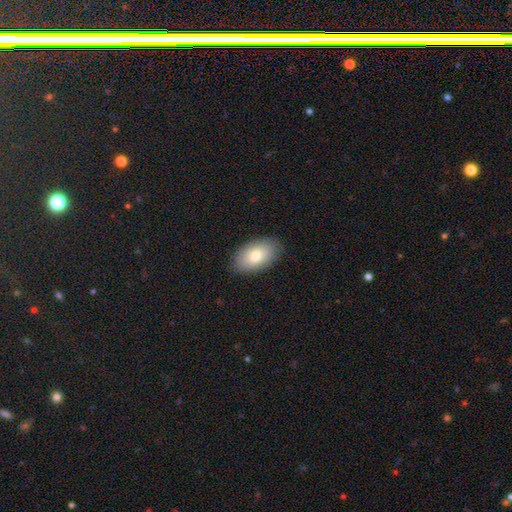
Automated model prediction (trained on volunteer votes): Smooth or featured?
  - smooth: 77% *
  - featured or disk: 15%
  - star or artifact: 7%
How rounded?
  - in between: 93% *
  - round: 5%
  - cigar-shaped: 2%
Merging?
  - none: 87% *
  - minor disturbance: 9%
  - major disturbance: 2%
  - merger: 1%